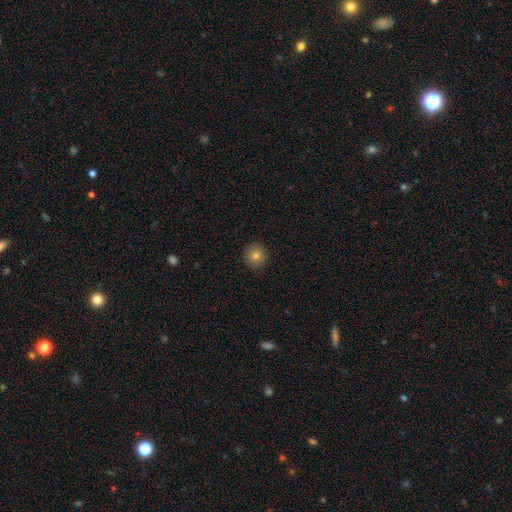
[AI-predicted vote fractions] The model was most divided on "smooth or featured": smooth: 79%, star or artifact: 11%, featured or disk: 10%. More confident: how rounded — round (95%); merging — none (92%).